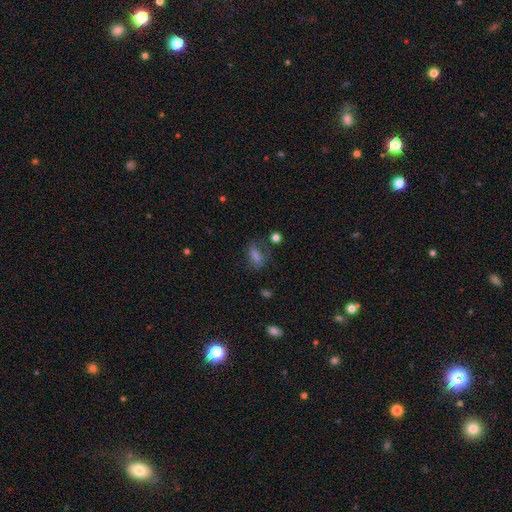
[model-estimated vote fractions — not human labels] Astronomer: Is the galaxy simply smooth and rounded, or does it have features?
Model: smooth — 56%.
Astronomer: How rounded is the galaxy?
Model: in between — 68%.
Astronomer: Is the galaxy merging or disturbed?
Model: none — 67%.